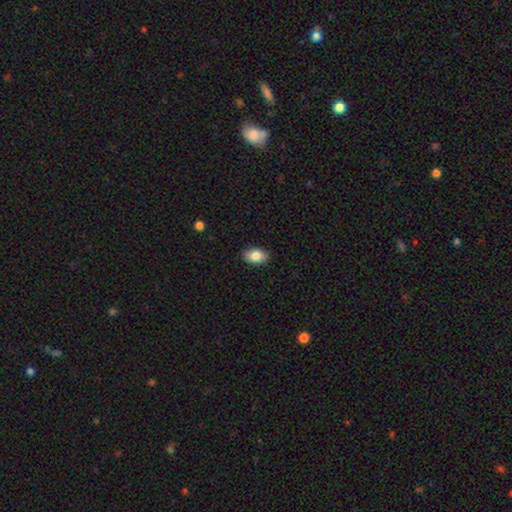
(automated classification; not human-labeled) Smooth or featured? Predicted: smooth (p=0.85). How rounded? Predicted: in between (p=0.88). Merging? Predicted: none (p=0.89).